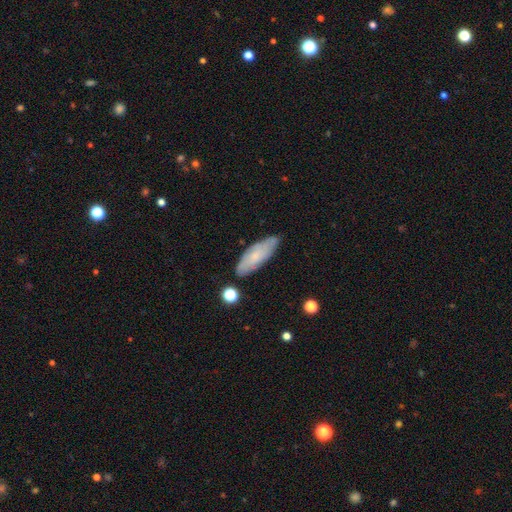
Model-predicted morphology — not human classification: Q: Smooth or featured?
A: smooth (61%); runner-up: featured or disk (32%)
Q: How rounded?
A: in between (61%); runner-up: cigar-shaped (37%)
Q: Merging?
A: none (78%); runner-up: minor disturbance (17%)